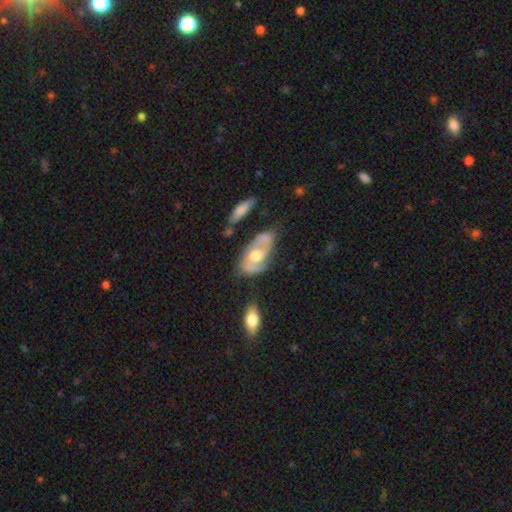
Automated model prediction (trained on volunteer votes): Smooth or featured: featured or disk — 66% (smooth — 28%)
Edge-on disk: no — 90% (yes — 10%)
Bar: no — 61% (weak — 29%)
Spiral arms: yes — 65% (no — 35%)
Bulge size: moderate — 66% (large — 22%)
Merging: none — 54% (minor disturbance — 26%)